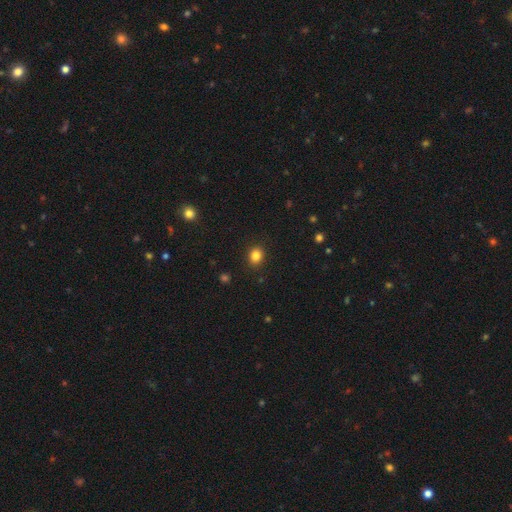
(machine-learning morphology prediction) Smooth or featured? smooth (84%)
How rounded? round (62%)
Merging? none (89%)